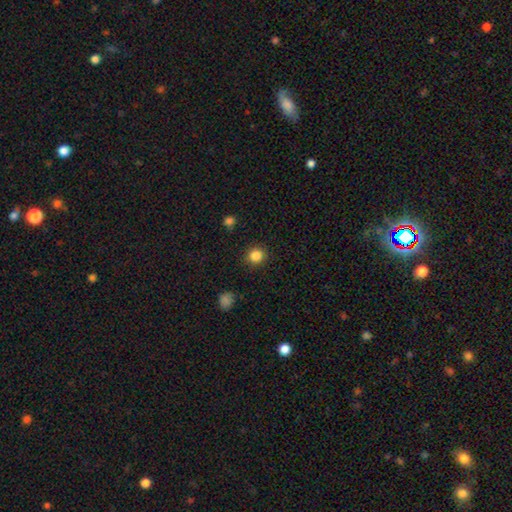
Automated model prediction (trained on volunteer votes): Smooth or featured?
  - smooth: 85% *
  - star or artifact: 11%
  - featured or disk: 4%
How rounded?
  - round: 91% *
  - in between: 8%
  - cigar-shaped: 1%
Merging?
  - none: 90% *
  - minor disturbance: 6%
  - major disturbance: 2%
  - merger: 1%